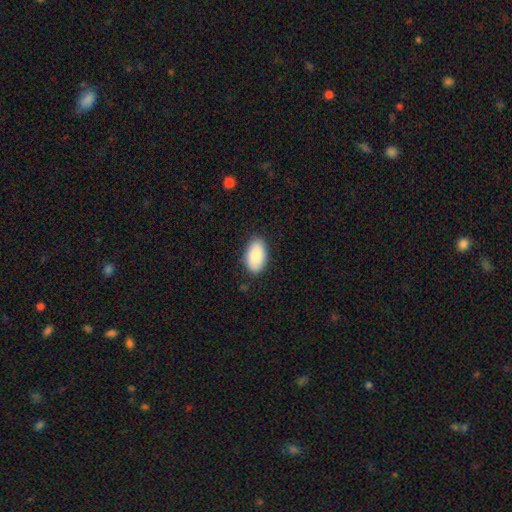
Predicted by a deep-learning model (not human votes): smooth 88%, featured or disk 6%, star or artifact 6%. Down the decision tree: how rounded — in between (95%); merging — none (85%).